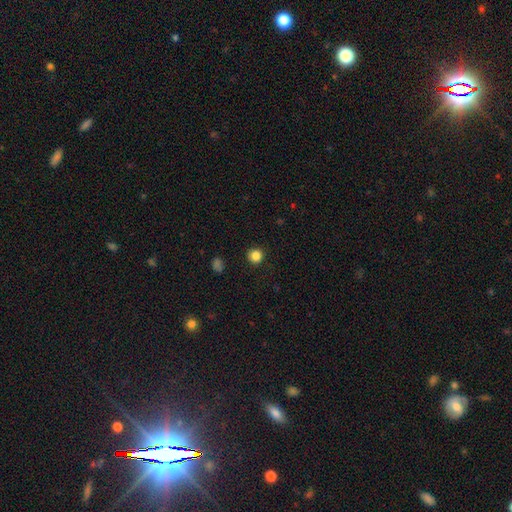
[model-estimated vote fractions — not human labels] Smooth or featured: smooth — 85% (star or artifact — 11%)
How rounded: round — 93% (in between — 6%)
Merging: none — 91% (minor disturbance — 6%)